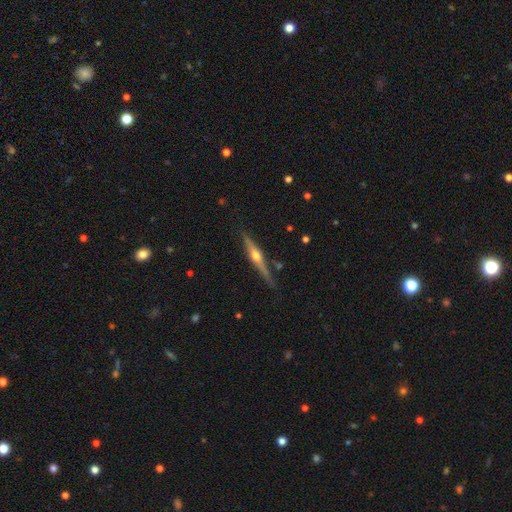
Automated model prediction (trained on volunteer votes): Smooth or featured? featured or disk (77%)
Edge-on disk? yes (97%)
Edge-on bulge? rounded (93%)
Merging? none (85%)